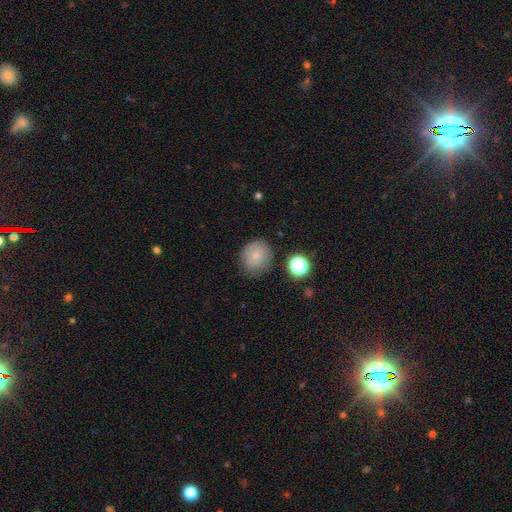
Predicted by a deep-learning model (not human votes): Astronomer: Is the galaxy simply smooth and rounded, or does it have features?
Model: smooth — 80%.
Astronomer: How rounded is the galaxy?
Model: round — 78%.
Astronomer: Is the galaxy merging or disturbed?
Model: none — 77%.